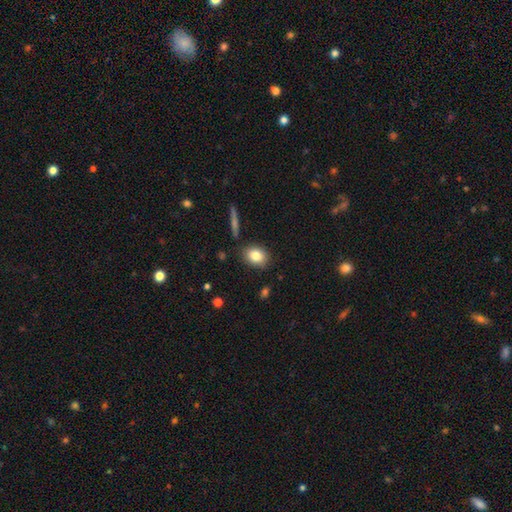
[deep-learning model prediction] This is clearly a smooth galaxy (82%). How rounded: likely in between (69%). Merging: clearly none (83%).